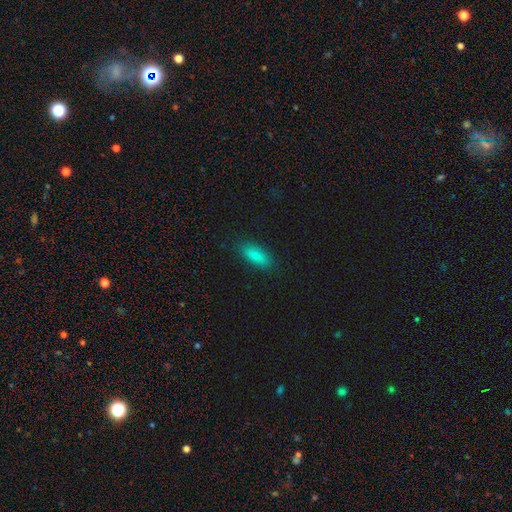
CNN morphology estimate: A smooth galaxy with no disk features (86%) that is in between round and cigar-shaped (69%).

Vote fractions:
- Smooth or featured? smooth: 86% / star or artifact: 8% / featured or disk: 5%
- How rounded? in between: 69% / cigar-shaped: 28% / round: 2%
- Merging? none: 87% / minor disturbance: 10% / major disturbance: 3% / merger: 1%